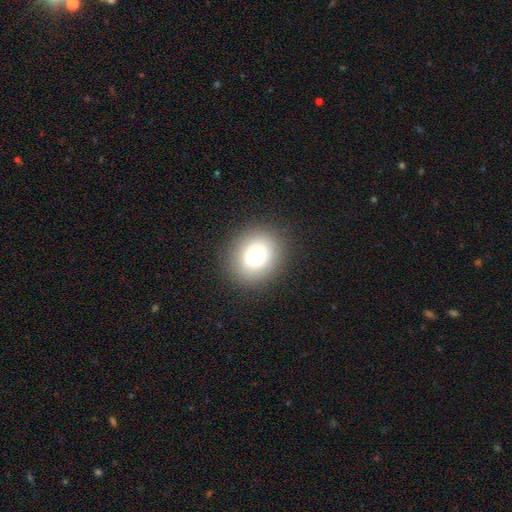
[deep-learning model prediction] Morphology: type=smooth (76%); roundness=round (73%); merging=none (88%).